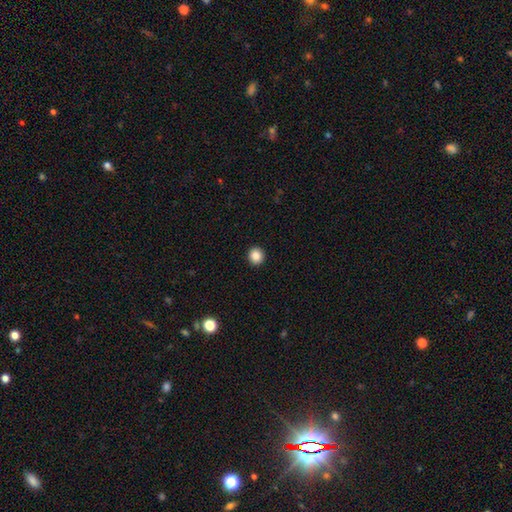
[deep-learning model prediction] Smooth or featured? Predicted: smooth (p=0.86). How rounded? Predicted: round (p=0.91). Merging? Predicted: none (p=0.94).